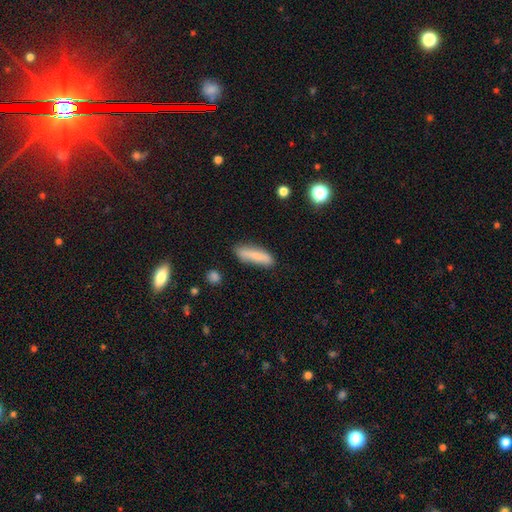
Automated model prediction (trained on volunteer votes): Smooth or featured: smooth — 77% (featured or disk — 15%)
How rounded: cigar-shaped — 67% (in between — 31%)
Merging: none — 79% (minor disturbance — 15%)